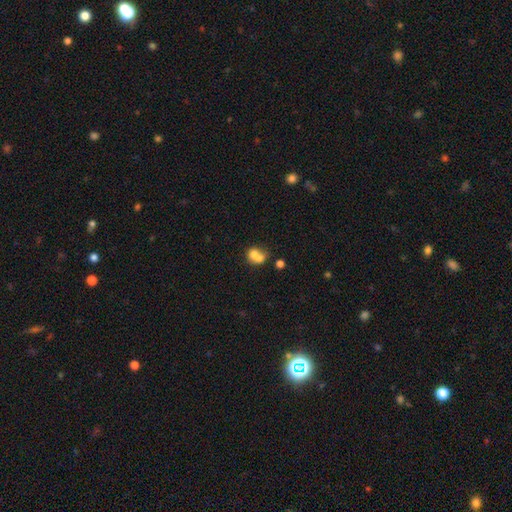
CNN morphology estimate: This appears to be a smooth galaxy with no disk features (70%) that is round (69%). Merging: merger (66%).